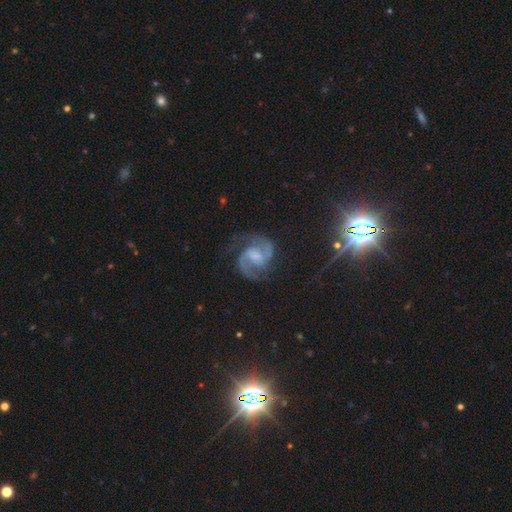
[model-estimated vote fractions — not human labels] Morphology: type=featured or disk (91%); edge-on=no (98%); bar=weak (53%); spiral arms=yes (98%); winding=medium (66%); arm count=2 (93%); bulge=small (41%); merging=none (78%).